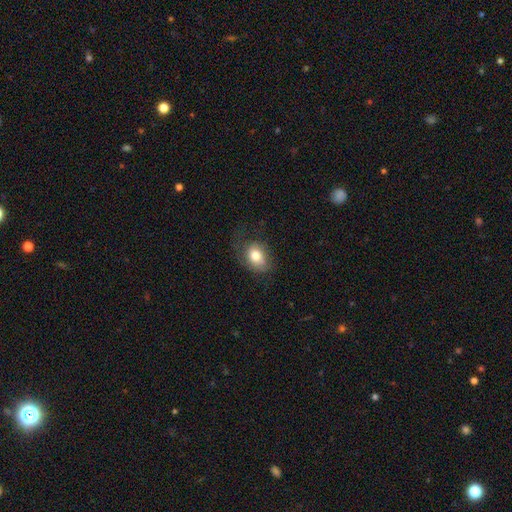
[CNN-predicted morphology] Smooth or featured?
  - smooth: 75% *
  - featured or disk: 16%
  - star or artifact: 9%
How rounded?
  - in between: 57% *
  - round: 42%
  - cigar-shaped: 1%
Merging?
  - none: 55% *
  - minor disturbance: 27%
  - major disturbance: 17%
  - merger: 2%